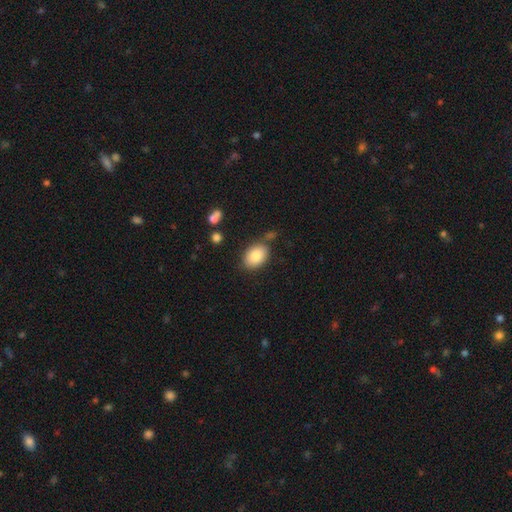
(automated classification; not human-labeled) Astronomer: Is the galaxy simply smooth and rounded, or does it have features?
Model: smooth — 85%.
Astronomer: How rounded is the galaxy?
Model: in between — 83%.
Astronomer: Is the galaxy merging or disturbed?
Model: none — 76%.